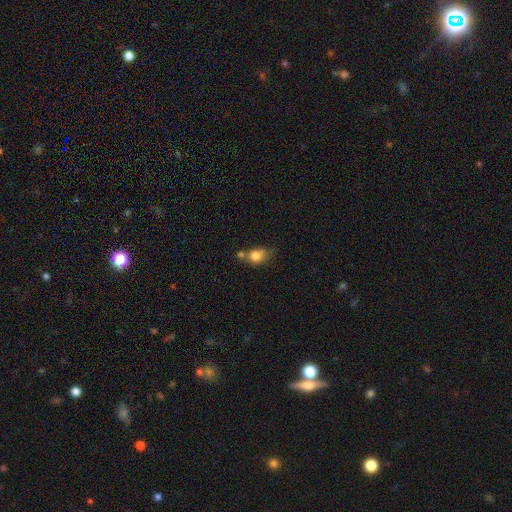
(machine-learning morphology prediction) Smooth or featured? smooth (79%)
How rounded? in between (56%)
Merging? none (38%)